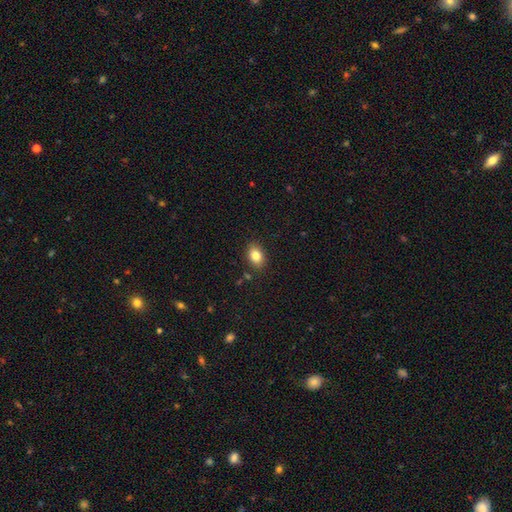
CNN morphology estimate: The model was most divided on "how rounded": in between: 78%, round: 21%, cigar-shaped: 1%. More confident: merging — none (86%); smooth or featured — smooth (83%).